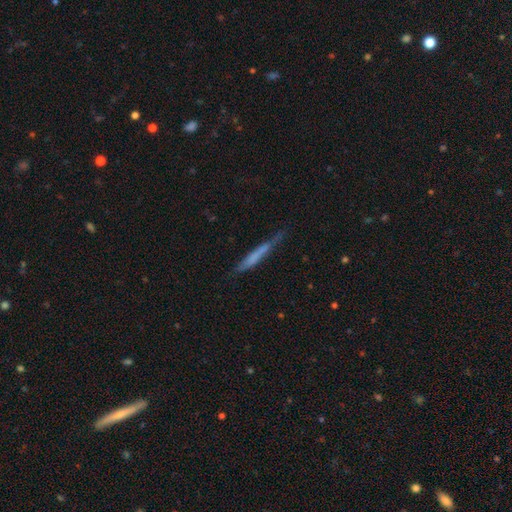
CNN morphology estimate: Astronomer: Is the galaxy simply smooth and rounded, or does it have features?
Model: smooth — 53% (runner-up: featured or disk, 40%).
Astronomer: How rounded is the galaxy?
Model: cigar-shaped — 95%.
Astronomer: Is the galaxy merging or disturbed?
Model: none — 64%.